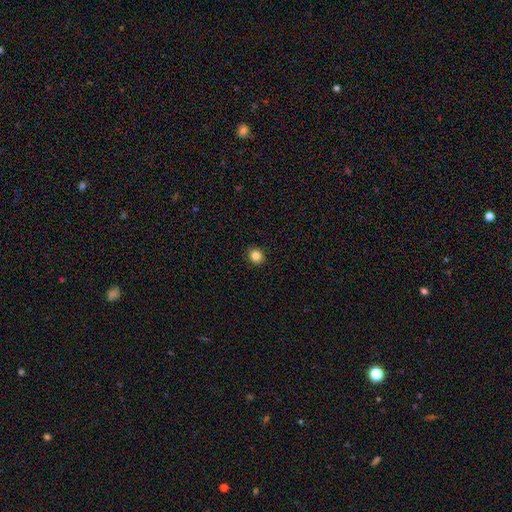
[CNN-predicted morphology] The model was most divided on "how rounded": round: 82%, in between: 17%, cigar-shaped: 1%. More confident: merging — none (92%); smooth or featured — smooth (84%).